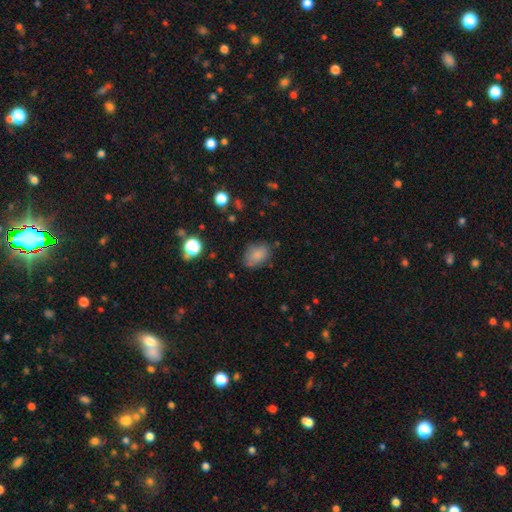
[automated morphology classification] A smooth galaxy with no disk features (82%) that is in between round and cigar-shaped (77%).

Vote fractions:
- Smooth or featured? smooth: 82% / star or artifact: 11% / featured or disk: 8%
- How rounded? in between: 77% / round: 22% / cigar-shaped: 1%
- Merging? none: 72% / minor disturbance: 20% / major disturbance: 6% / merger: 2%